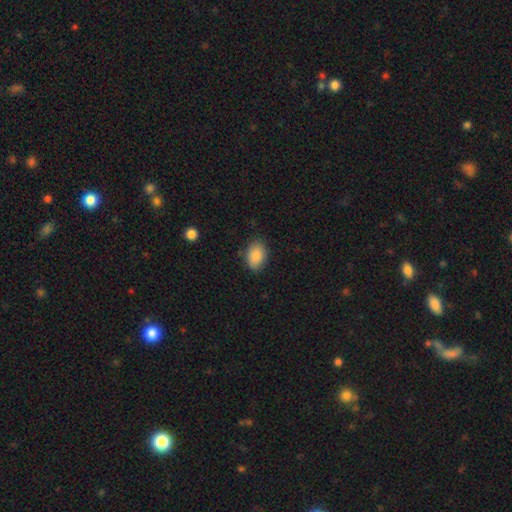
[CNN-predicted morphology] This appears to be a smooth galaxy with no disk features (88%) that is in between round and cigar-shaped (83%). Merging: none (82%).